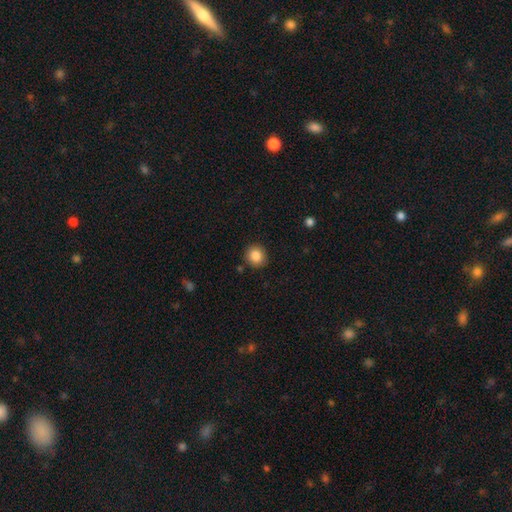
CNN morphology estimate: The model was most divided on "smooth or featured": smooth: 85%, star or artifact: 9%, featured or disk: 5%. More confident: merging — none (89%); how rounded — round (89%).